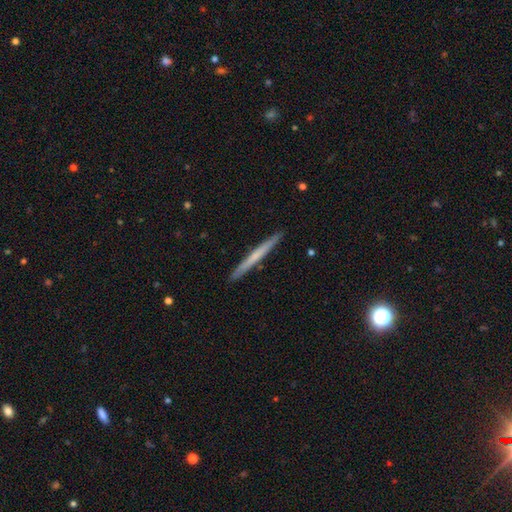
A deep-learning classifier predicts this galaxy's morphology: Smooth or featured: smooth — 50% (featured or disk — 45%)
How rounded: cigar-shaped — 97% (in between — 2%)
Merging: none — 92% (minor disturbance — 5%)